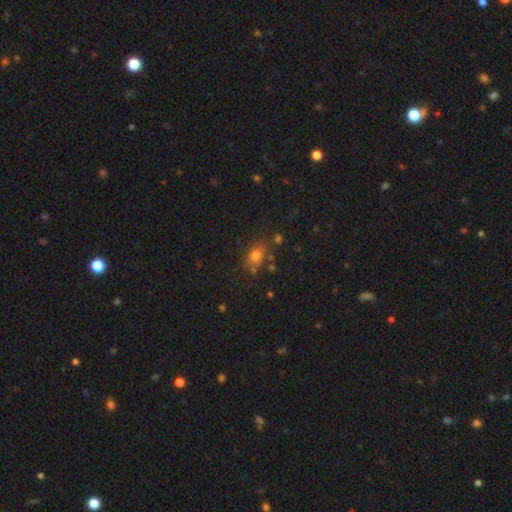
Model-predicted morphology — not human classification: A smooth galaxy with no disk features (72%) that is in between round and cigar-shaped (63%). Merging: none (69%).